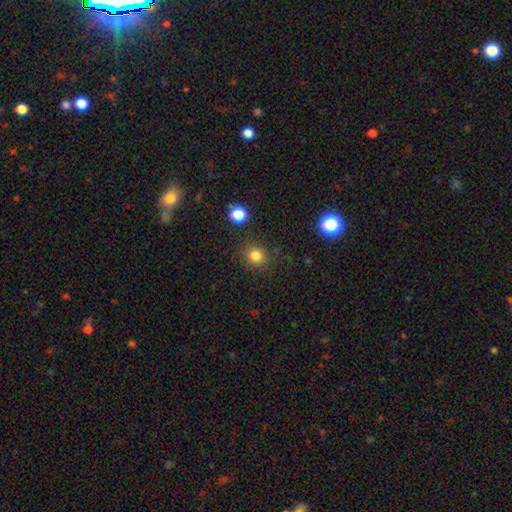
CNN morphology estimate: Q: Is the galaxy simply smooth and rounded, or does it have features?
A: smooth — 81%.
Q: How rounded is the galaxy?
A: round — 86%.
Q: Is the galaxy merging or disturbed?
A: none — 86%.